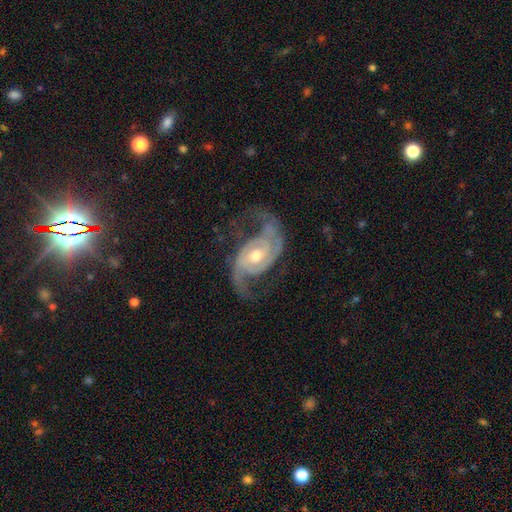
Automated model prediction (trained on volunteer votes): The model was most divided on "spiral winding": medium: 47%, loose: 36%, tight: 16%. More confident: spiral arms — yes (97%); edge-on disk — no (97%); smooth or featured — featured or disk (92%); spiral arm count — 2 (88%); bulge size — moderate (73%); merging — none (67%); bar — no (55%).